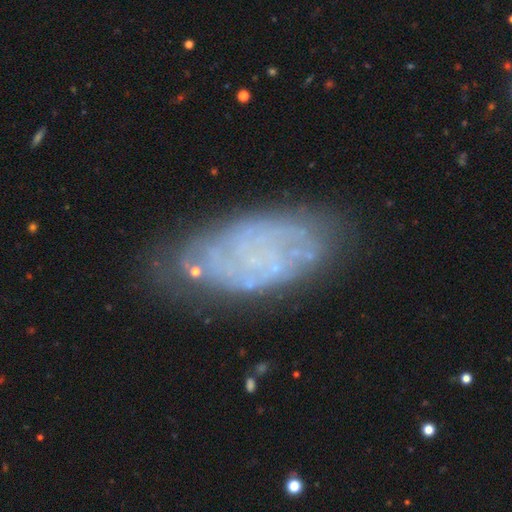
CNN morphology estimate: Smooth or featured? Predicted: featured or disk (p=0.65). Edge-on disk? Predicted: no (p=0.94). Bar? Predicted: no (p=0.83). Spiral arms? Predicted: yes (p=0.61). Bulge size? Predicted: none (p=0.67). Merging? Predicted: none (p=0.66).